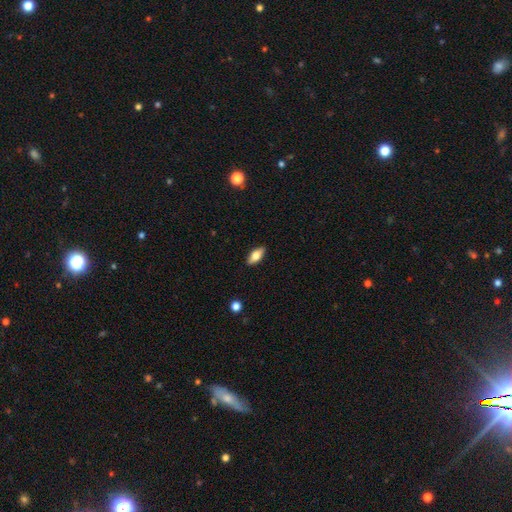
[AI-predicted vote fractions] smooth 69%, featured or disk 24%, star or artifact 7%. Down the decision tree: how rounded — in between (83%); merging — none (88%).